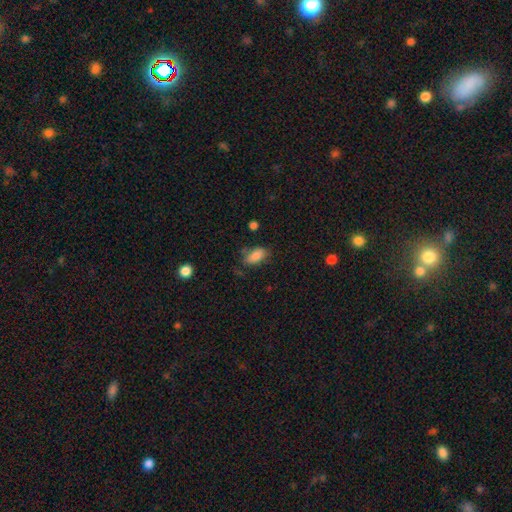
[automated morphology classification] Smooth or featured: smooth — 85% (star or artifact — 8%)
How rounded: in between — 91% (round — 5%)
Merging: none — 70% (minor disturbance — 20%)